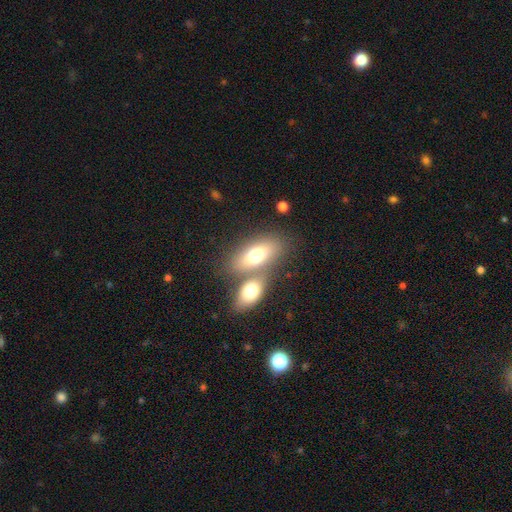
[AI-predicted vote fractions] The model was most divided on "merging": merger: 46%, none: 42%, minor disturbance: 9%, major disturbance: 4%. More confident: how rounded — in between (85%); smooth or featured — smooth (69%).